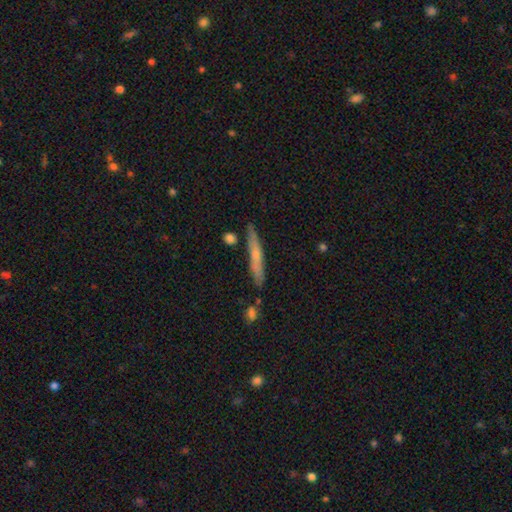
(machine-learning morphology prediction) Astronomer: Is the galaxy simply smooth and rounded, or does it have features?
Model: smooth — 50% (runner-up: featured or disk, 43%).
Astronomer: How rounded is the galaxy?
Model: cigar-shaped — 94%.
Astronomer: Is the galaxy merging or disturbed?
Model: none — 82%.